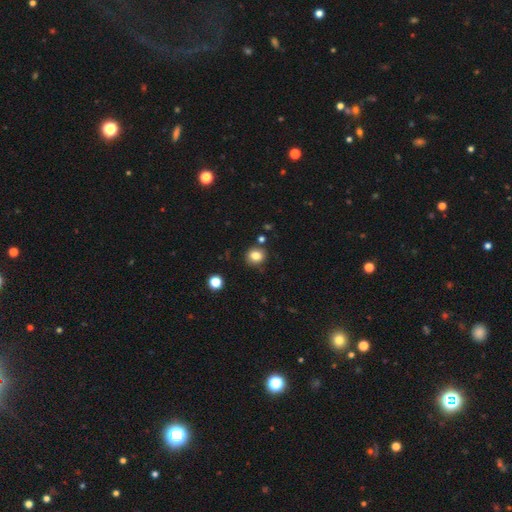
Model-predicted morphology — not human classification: A smooth galaxy with no disk features (82%) that is round (78%).

Vote fractions:
- Smooth or featured? smooth: 82% / star or artifact: 11% / featured or disk: 7%
- How rounded? round: 78% / in between: 21% / cigar-shaped: 1%
- Merging? none: 83% / minor disturbance: 10% / merger: 4% / major disturbance: 3%